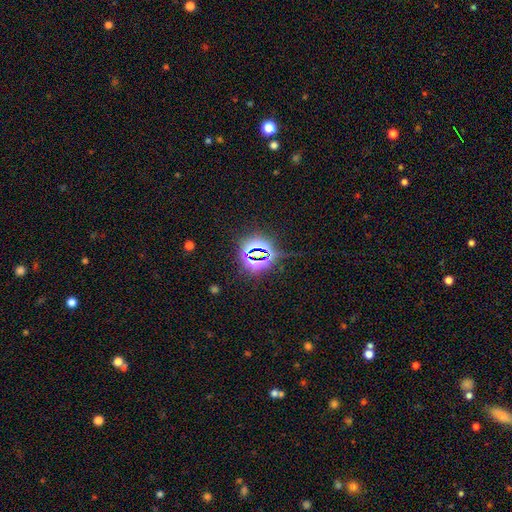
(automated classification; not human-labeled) Smooth or featured? Predicted: star or artifact (p=0.78).